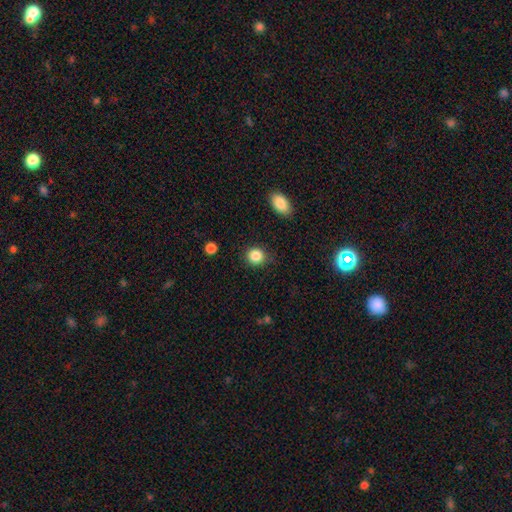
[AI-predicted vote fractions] smooth_or_featured: smooth (p=0.87) [alt: star or artifact p=0.10]
how_rounded: round (p=0.87) [alt: in between p=0.12]
merging: none (p=0.86) [alt: minor disturbance p=0.10]